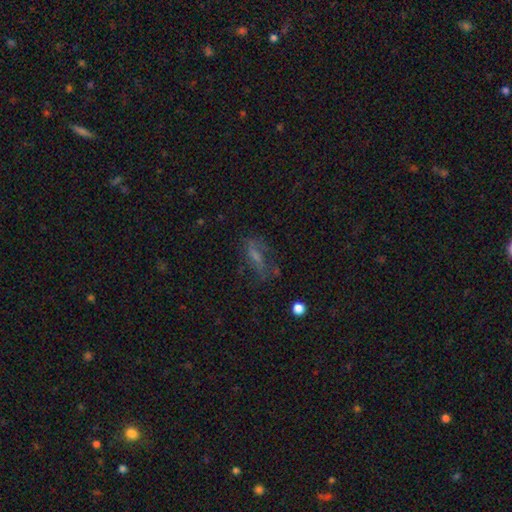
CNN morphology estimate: Smooth or featured? featured or disk (40%)
Merging? none (51%)